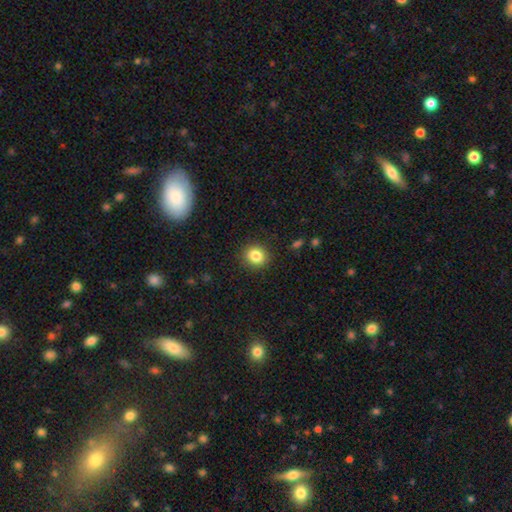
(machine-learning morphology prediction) Smooth or featured?
  - smooth: 84% *
  - star or artifact: 10%
  - featured or disk: 6%
How rounded?
  - round: 82% *
  - in between: 17%
  - cigar-shaped: 1%
Merging?
  - none: 90% *
  - minor disturbance: 7%
  - major disturbance: 2%
  - merger: 1%